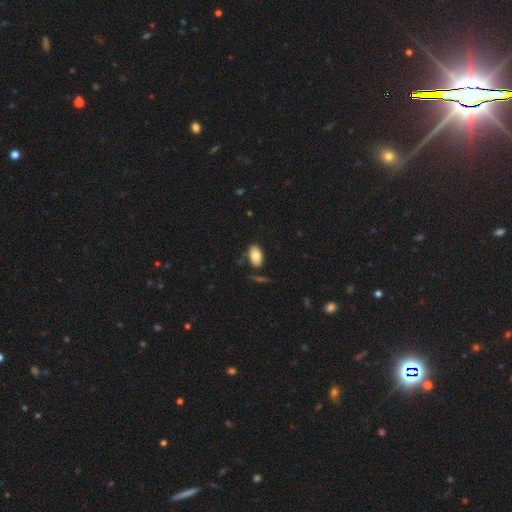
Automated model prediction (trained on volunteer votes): The model was most divided on "merging": none: 72%, minor disturbance: 18%, major disturbance: 5%, merger: 5%. More confident: how rounded — in between (92%); smooth or featured — smooth (78%).